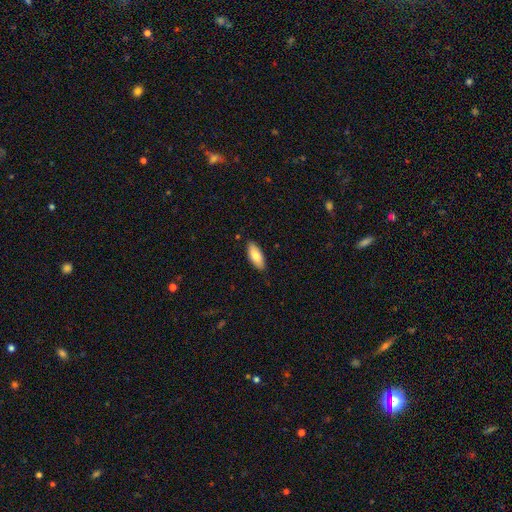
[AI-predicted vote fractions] Q: Smooth or featured?
A: smooth (81%); runner-up: featured or disk (13%)
Q: How rounded?
A: in between (78%); runner-up: cigar-shaped (20%)
Q: Merging?
A: none (86%); runner-up: minor disturbance (11%)